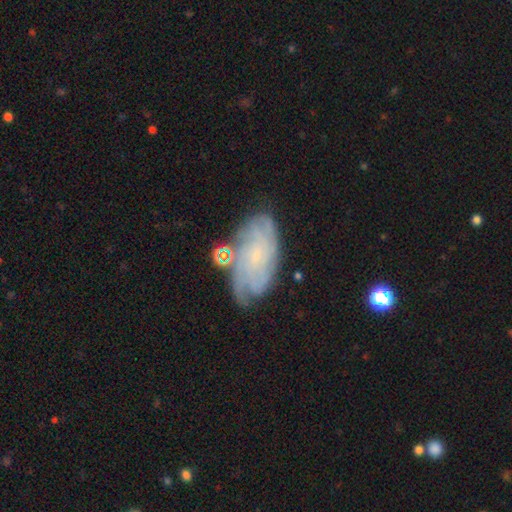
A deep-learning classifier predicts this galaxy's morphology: Smooth or featured? Predicted: featured or disk (p=0.74). Edge-on disk? Predicted: no (p=0.95). Bar? Predicted: no (p=0.76). Spiral arms? Predicted: yes (p=0.93). Spiral winding? Predicted: tight (p=0.70). Spiral arm count? Predicted: can't tell (p=0.43). Bulge size? Predicted: small (p=0.83). Merging? Predicted: none (p=0.68).